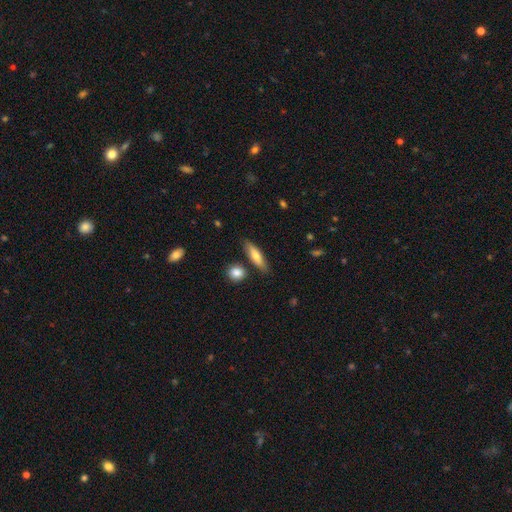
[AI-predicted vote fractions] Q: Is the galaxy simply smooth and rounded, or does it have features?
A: smooth — 67%.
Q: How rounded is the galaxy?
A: cigar-shaped — 62%.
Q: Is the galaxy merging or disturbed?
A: none — 81%.